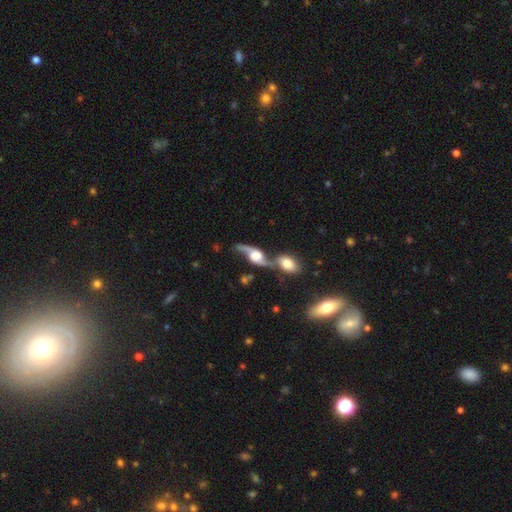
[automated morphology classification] Q: Smooth or featured?
A: featured or disk (83%); runner-up: smooth (11%)
Q: Edge-on disk?
A: no (82%); runner-up: yes (18%)
Q: Bar?
A: no (60%); runner-up: weak (30%)
Q: Spiral arms?
A: yes (93%); runner-up: no (7%)
Q: Spiral winding?
A: loose (86%); runner-up: medium (11%)
Q: Spiral arm count?
A: 2 (94%); runner-up: 1 (2%)
Q: Bulge size?
A: large (48%); runner-up: moderate (28%)
Q: Merging?
A: merger (42%); runner-up: none (37%)